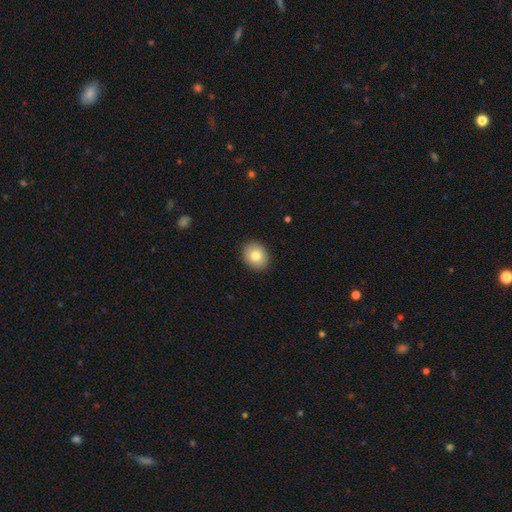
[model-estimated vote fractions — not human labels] Smooth or featured? smooth (81%)
How rounded? round (55%)
Merging? none (90%)